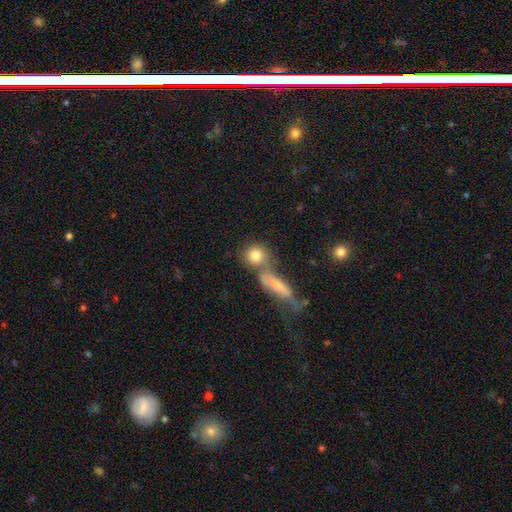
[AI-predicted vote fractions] A smooth galaxy with no disk features (78%) that is round (79%).

Vote fractions:
- Smooth or featured? smooth: 78% / featured or disk: 14% / star or artifact: 9%
- How rounded? round: 79% / in between: 15% / cigar-shaped: 6%
- Merging? none: 46% / merger: 39% / minor disturbance: 9% / major disturbance: 5%